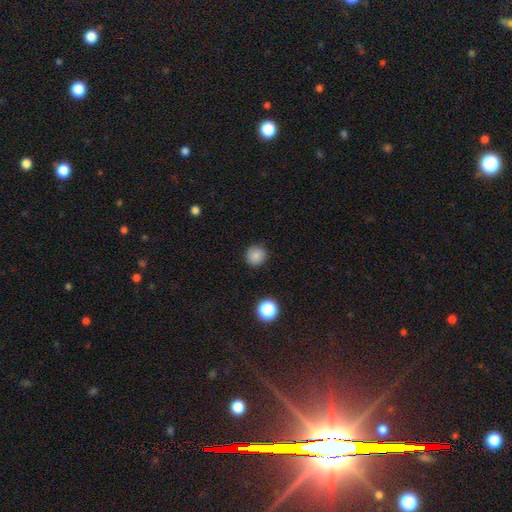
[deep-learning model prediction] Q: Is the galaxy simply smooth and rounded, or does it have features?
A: smooth — 84%.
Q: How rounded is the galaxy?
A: round — 92%.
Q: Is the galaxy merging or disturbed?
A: none — 88%.